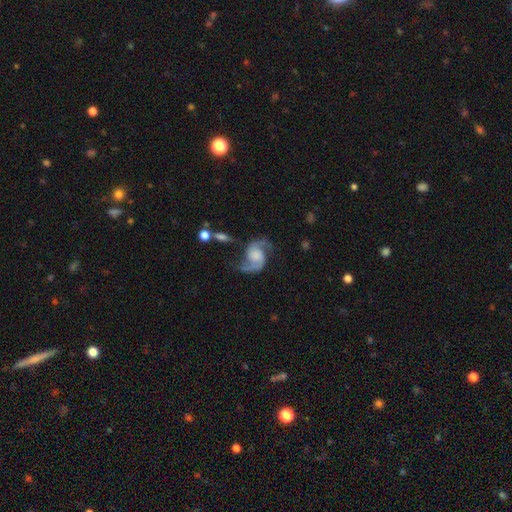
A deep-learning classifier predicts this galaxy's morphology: Smooth or featured? featured or disk (89%)
Edge-on disk? no (98%)
Bar? no (65%)
Spiral arms? yes (98%)
Spiral winding? loose (48%)
Spiral arm count? 2 (94%)
Bulge size? none (33%)
Merging? none (68%)